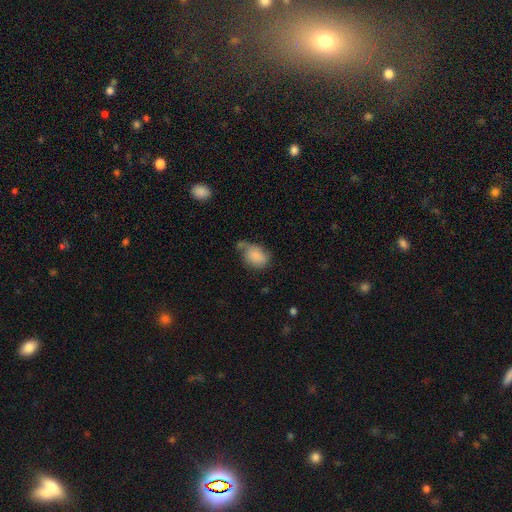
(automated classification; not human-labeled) A smooth galaxy with no disk features (78%) that is in between round and cigar-shaped (74%). Merging: none (35%).